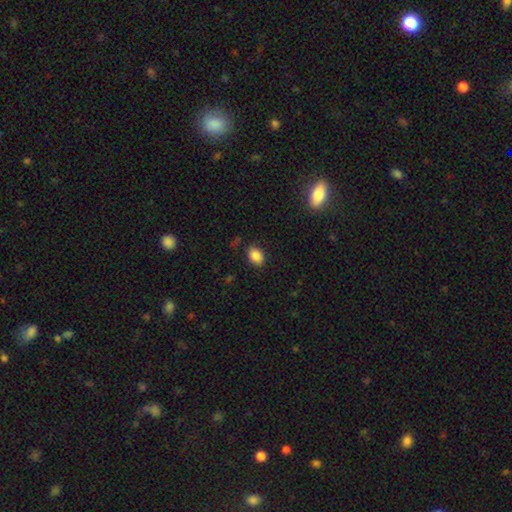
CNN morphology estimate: A smooth galaxy with no disk features (86%) that is in between round and cigar-shaped (74%). Merging: none (85%).